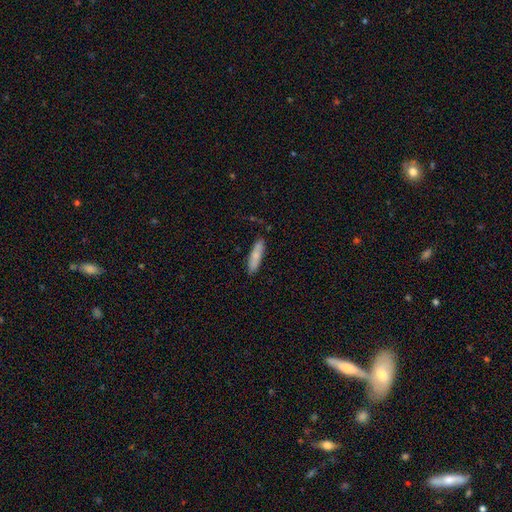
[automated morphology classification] Smooth or featured? smooth (76%)
How rounded? cigar-shaped (73%)
Merging? none (83%)